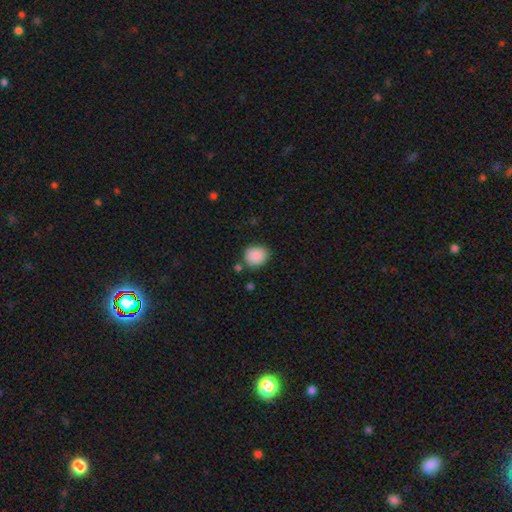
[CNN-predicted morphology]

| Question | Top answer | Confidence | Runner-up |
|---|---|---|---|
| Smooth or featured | smooth | 88% | star or artifact (8%) |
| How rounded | round | 71% | in between (28%) |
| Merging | none | 73% | minor disturbance (17%) |